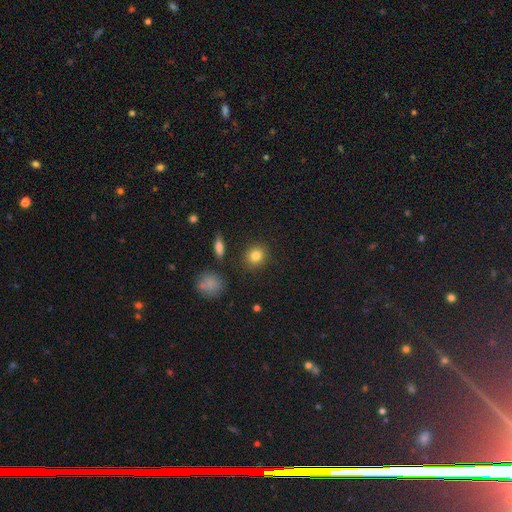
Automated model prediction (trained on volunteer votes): smooth 82%, star or artifact 11%, featured or disk 7%. Down the decision tree: how rounded — round (82%); merging — none (87%).